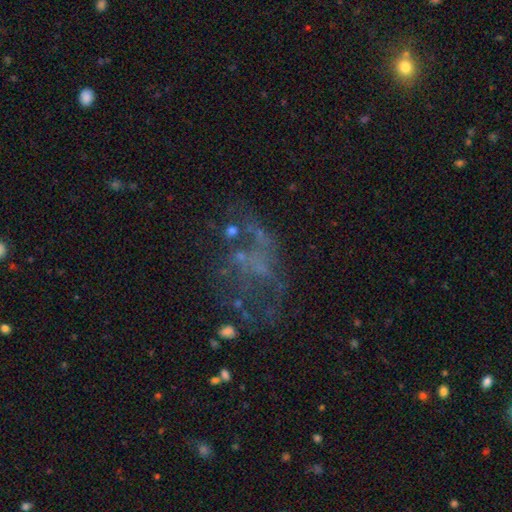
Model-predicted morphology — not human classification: This appears to be a featured or disk galaxy (54%) with no bar (82%), no spiral arms (75%) and no central bulge (74%). Merging: none (43%).